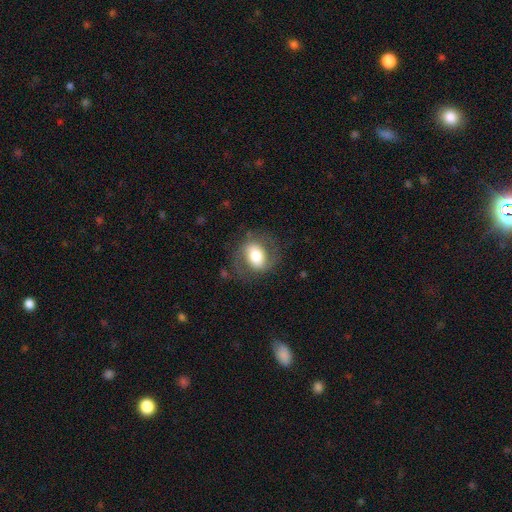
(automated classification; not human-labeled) Smooth or featured? smooth (55%)
How rounded? in between (60%)
Merging? none (70%)